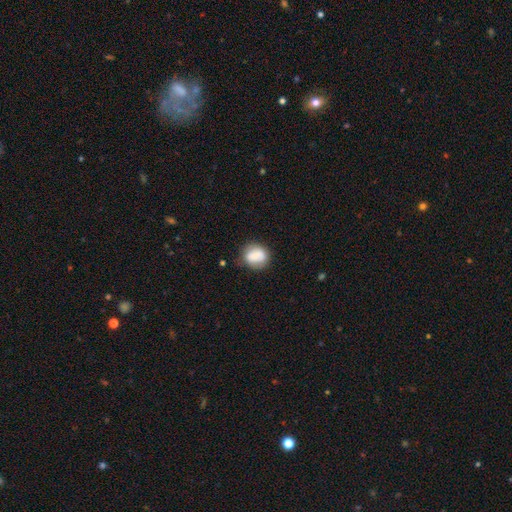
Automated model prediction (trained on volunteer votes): The model was most divided on "how rounded": round: 64%, in between: 35%, cigar-shaped: 1%. More confident: smooth or featured — smooth (77%); merging — none (65%).